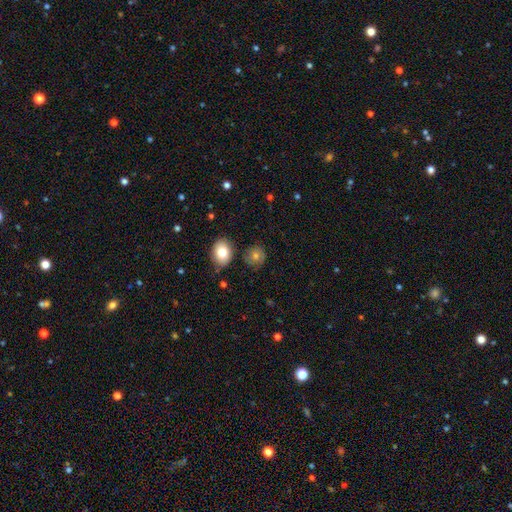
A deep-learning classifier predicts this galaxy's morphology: A smooth galaxy with no disk features (73%) that is round (75%). Merging: none (78%).